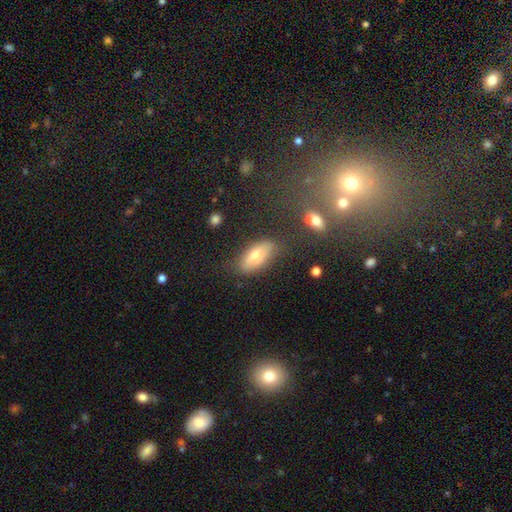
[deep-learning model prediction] Smooth or featured? Predicted: smooth (p=0.65). How rounded? Predicted: in between (p=0.85). Merging? Predicted: none (p=0.79).